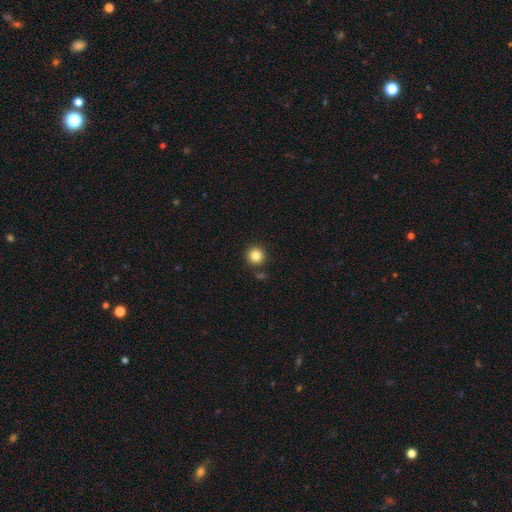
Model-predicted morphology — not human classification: smooth_or_featured: smooth (p=0.84) [alt: star or artifact p=0.11]
how_rounded: round (p=0.95) [alt: in between p=0.04]
merging: none (p=0.88) [alt: minor disturbance p=0.06]